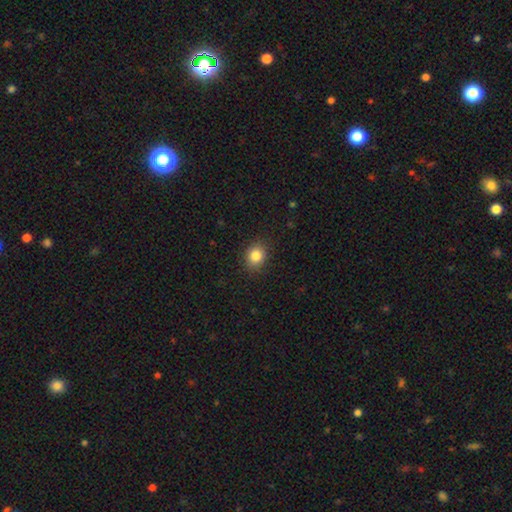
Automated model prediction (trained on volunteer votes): Overall: smooth (84%). How rounded: round (60%; in between 39%). Merging: none (88%).